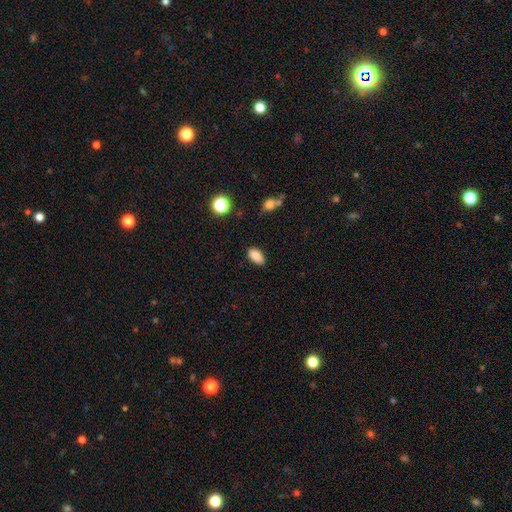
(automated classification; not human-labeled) A smooth galaxy with no disk features (86%) that is in between round and cigar-shaped (91%).

Vote fractions:
- Smooth or featured? smooth: 86% / star or artifact: 9% / featured or disk: 5%
- How rounded? in between: 91% / round: 5% / cigar-shaped: 4%
- Merging? none: 84% / minor disturbance: 12% / major disturbance: 2% / merger: 1%